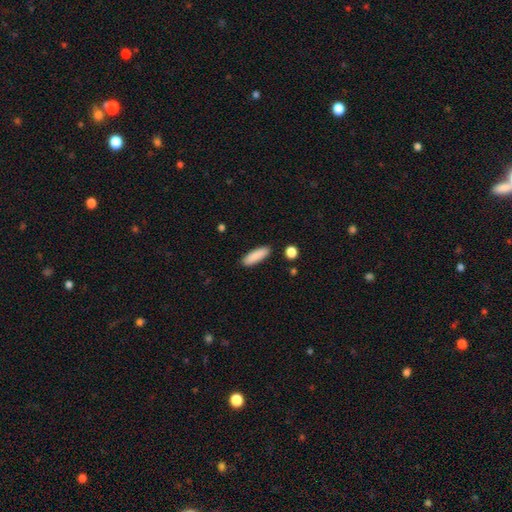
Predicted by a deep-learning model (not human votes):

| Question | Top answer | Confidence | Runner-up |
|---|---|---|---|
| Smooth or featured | smooth | 89% | star or artifact (6%) |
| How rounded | in between | 50% | cigar-shaped (48%) |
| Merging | none | 89% | minor disturbance (8%) |